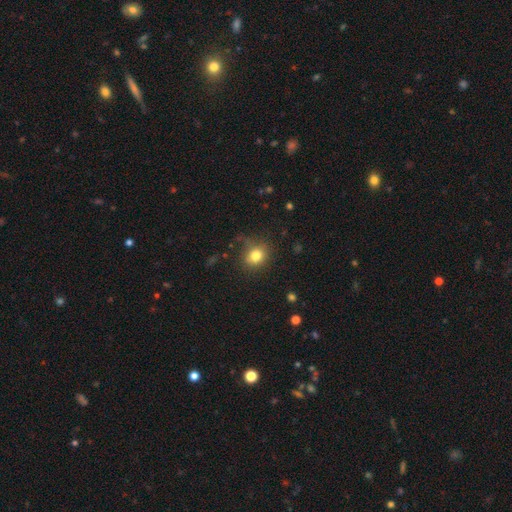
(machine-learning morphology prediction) Smooth or featured: smooth — 80% (star or artifact — 12%)
How rounded: round — 67% (in between — 32%)
Merging: none — 76% (minor disturbance — 16%)